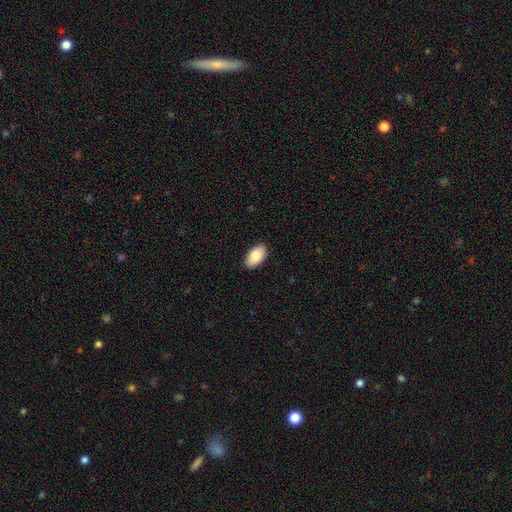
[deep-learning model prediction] Smooth or featured: smooth — 84% (featured or disk — 10%)
How rounded: in between — 95% (round — 4%)
Merging: none — 89% (minor disturbance — 8%)